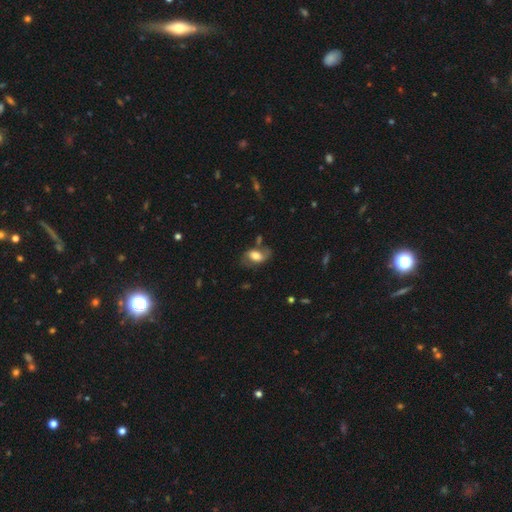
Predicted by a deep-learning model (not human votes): Overall: smooth (54%; featured or disk 39%). How rounded: in between (88%). Merging: none (57%; minor disturbance 25%).